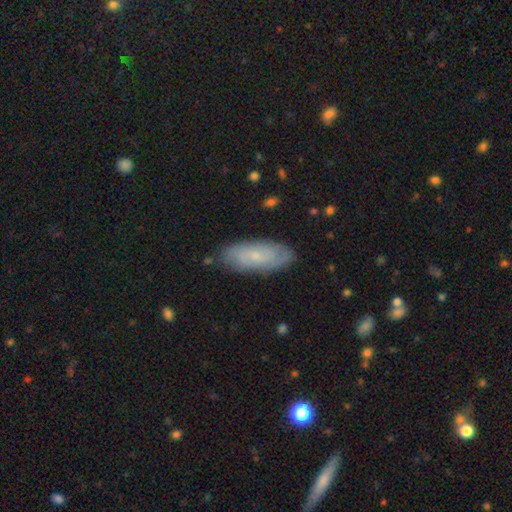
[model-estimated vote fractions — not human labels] Smooth or featured: smooth — 50% (featured or disk — 42%)
How rounded: in between — 76% (cigar-shaped — 22%)
Merging: none — 82% (minor disturbance — 14%)